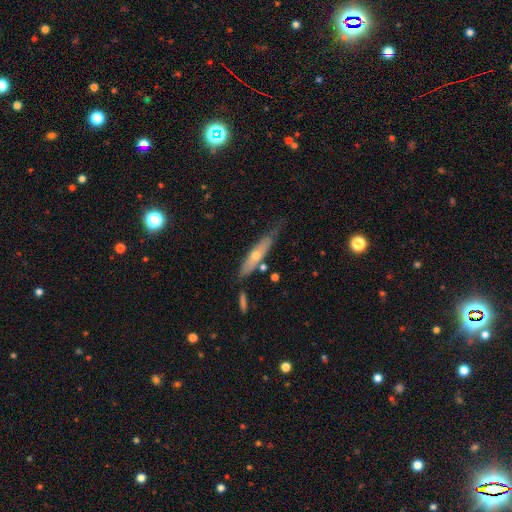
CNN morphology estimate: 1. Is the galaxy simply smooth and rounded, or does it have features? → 51% featured or disk, 42% smooth, 7% star or artifact.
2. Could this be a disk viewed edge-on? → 69% yes, 31% no.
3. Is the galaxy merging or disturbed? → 60% none, 27% minor disturbance, 7% major disturbance, 6% merger.